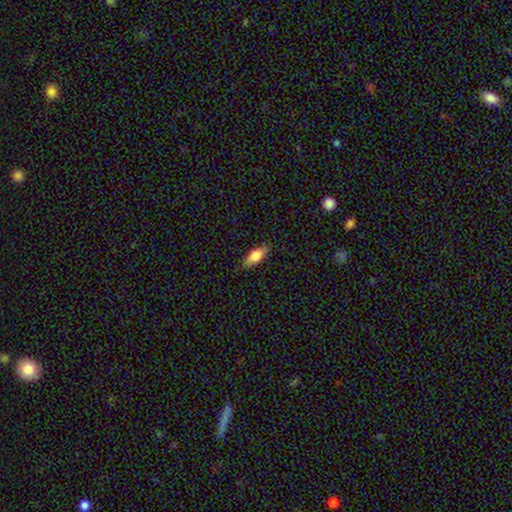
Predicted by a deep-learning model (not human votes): A smooth galaxy with no disk features (69%) that is in between round and cigar-shaped (67%). Merging: none (86%).